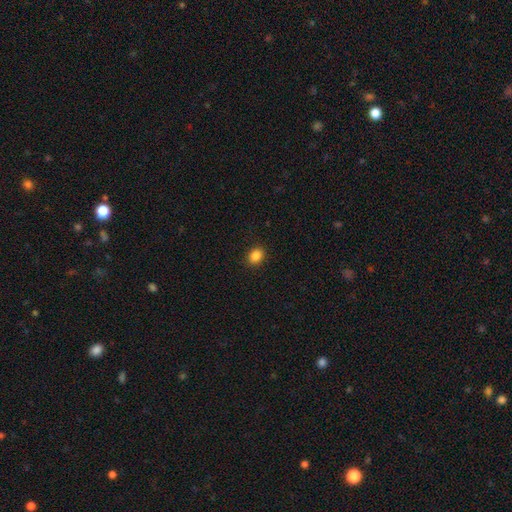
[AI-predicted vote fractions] A smooth galaxy with no disk features (86%) that is in between round and cigar-shaped (60%). Merging: none (90%).